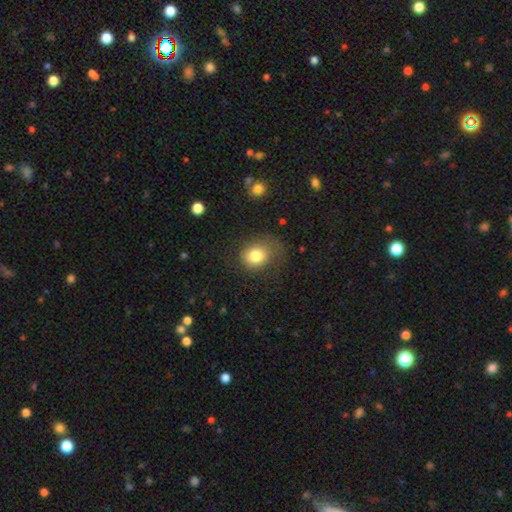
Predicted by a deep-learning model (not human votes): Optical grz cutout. It shows a smooth galaxy with no disk features (80%) that is round (60%). Merging: none (58%).